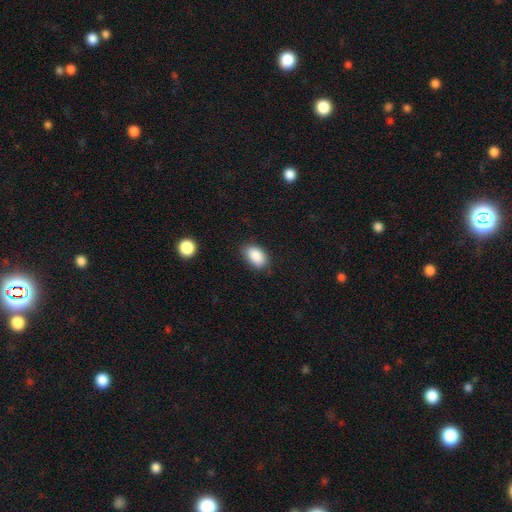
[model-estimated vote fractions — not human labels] A smooth galaxy with no disk features (88%) that is in between round and cigar-shaped (90%).

Vote fractions:
- Smooth or featured? smooth: 88% / star or artifact: 8% / featured or disk: 4%
- How rounded? in between: 90% / round: 8% / cigar-shaped: 1%
- Merging? none: 83% / minor disturbance: 13% / major disturbance: 3% / merger: 1%